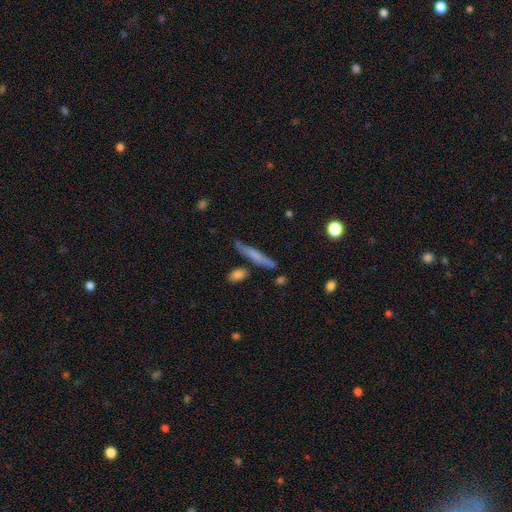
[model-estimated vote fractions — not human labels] This appears to be a smooth galaxy with no disk features (55%) that is cigar-shaped (92%). Merging: none (79%).